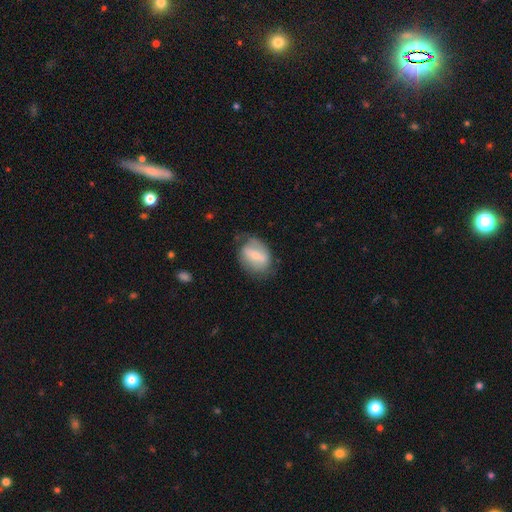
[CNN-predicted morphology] featured or disk 48%, smooth 45%, star or artifact 7%. Down the decision tree: merging — none (61%).